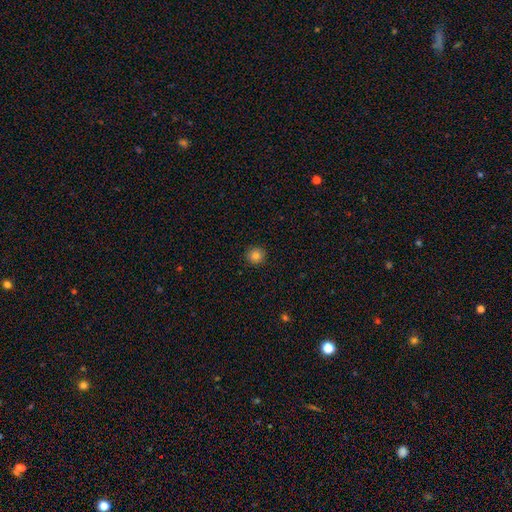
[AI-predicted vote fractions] smooth-or-featured: smooth: 82% | star or artifact: 11% | featured or disk: 6%
  how-rounded: round: 94% | in between: 5% | cigar-shaped: 1%
  merging: none: 92% | minor disturbance: 5% | major disturbance: 2% | merger: 1%